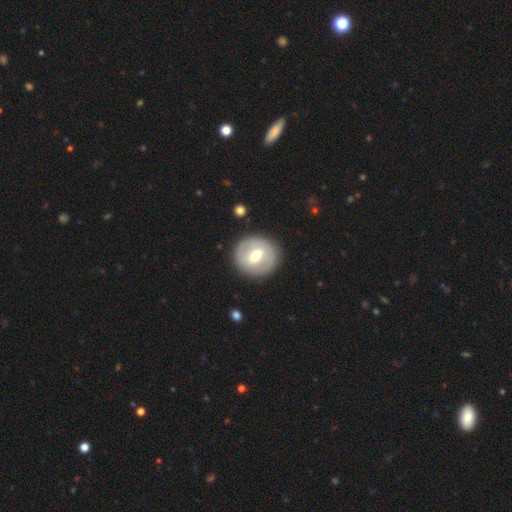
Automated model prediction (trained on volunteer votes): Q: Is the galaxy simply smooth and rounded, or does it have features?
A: featured or disk — 52%.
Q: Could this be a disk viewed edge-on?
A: no — 94%.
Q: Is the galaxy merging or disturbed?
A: none — 87%.